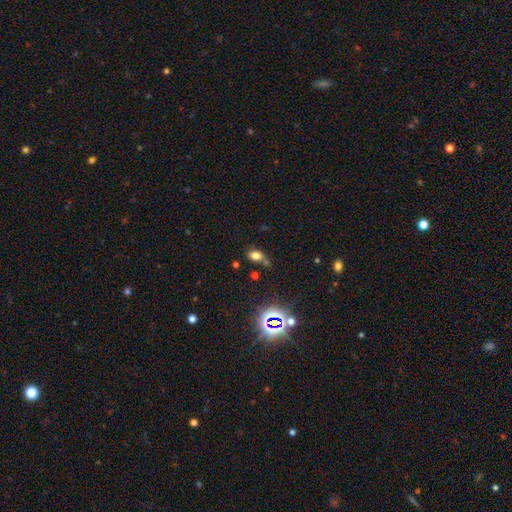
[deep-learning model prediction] This is likely a smooth galaxy (69%). How rounded: likely in between (75%). Merging: possibly none (56%).